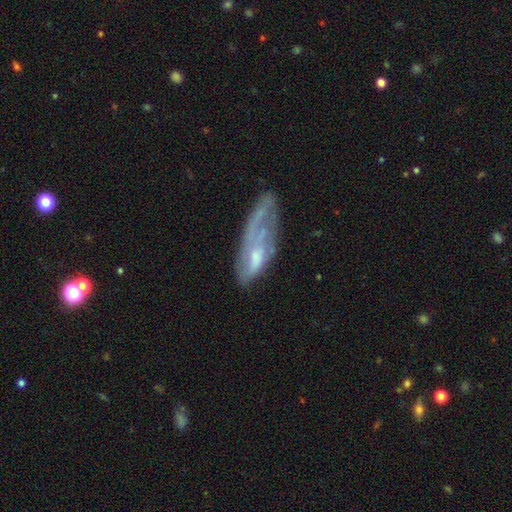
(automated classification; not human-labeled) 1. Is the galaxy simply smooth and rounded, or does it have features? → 53% featured or disk, 38% smooth, 8% star or artifact.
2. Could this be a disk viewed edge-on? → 81% no, 19% yes.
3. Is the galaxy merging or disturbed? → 34% major disturbance, 33% none, 27% minor disturbance, 6% merger.